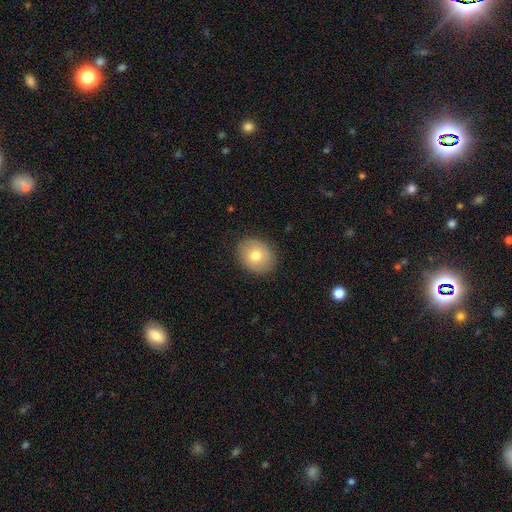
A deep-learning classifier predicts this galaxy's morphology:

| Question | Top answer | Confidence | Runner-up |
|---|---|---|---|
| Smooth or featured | smooth | 74% | featured or disk (18%) |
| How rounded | round | 58% | in between (41%) |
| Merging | none | 87% | minor disturbance (10%) |